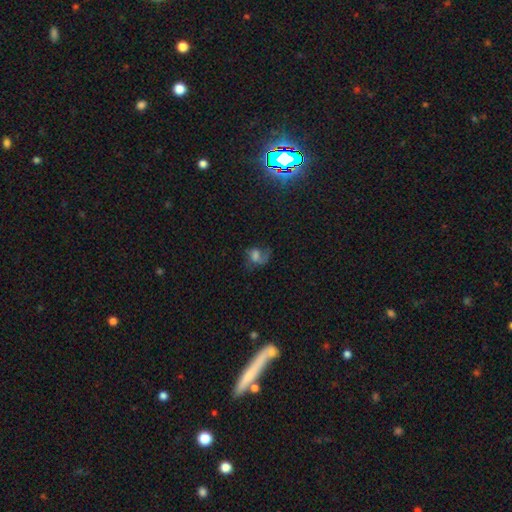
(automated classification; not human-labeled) The model was most divided on "merging": major disturbance: 38%, none: 36%, minor disturbance: 23%, merger: 3%. Remaining: smooth or featured — smooth (49%).